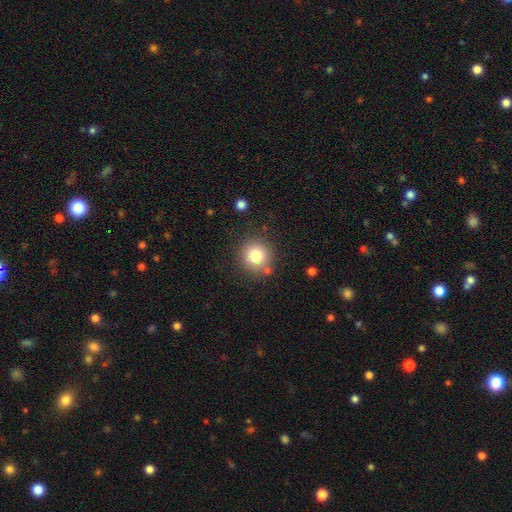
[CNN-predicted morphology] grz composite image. It shows a smooth galaxy with no disk features (81%) that is round (93%). Merging: none (81%).